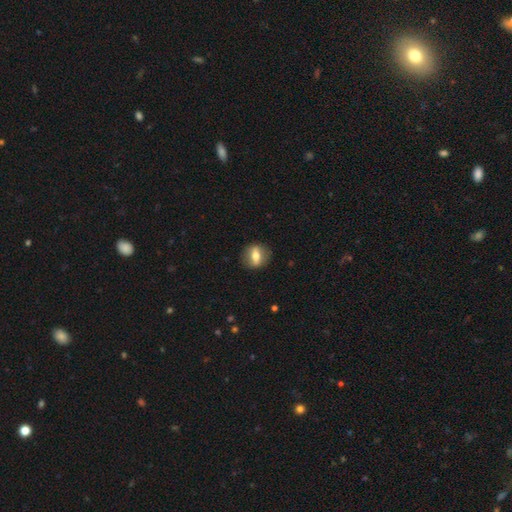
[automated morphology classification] Smooth or featured? smooth (52%)
How rounded? round (51%)
Merging? none (86%)